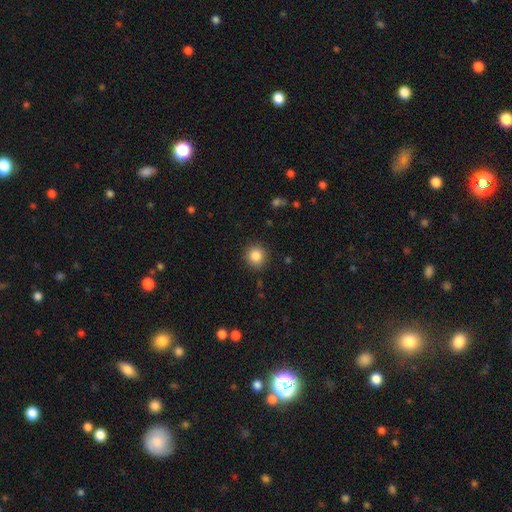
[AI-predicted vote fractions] smooth_or_featured: smooth (p=0.85) [alt: star or artifact p=0.10]
how_rounded: round (p=0.90) [alt: in between p=0.09]
merging: none (p=0.89) [alt: minor disturbance p=0.08]